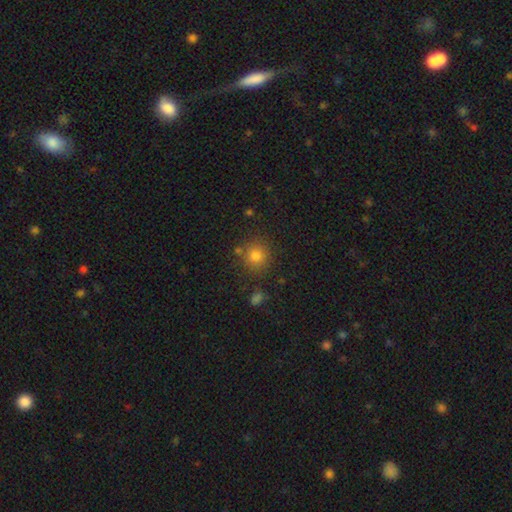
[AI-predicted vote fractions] Smooth or featured? smooth (80%)
How rounded? round (91%)
Merging? none (80%)